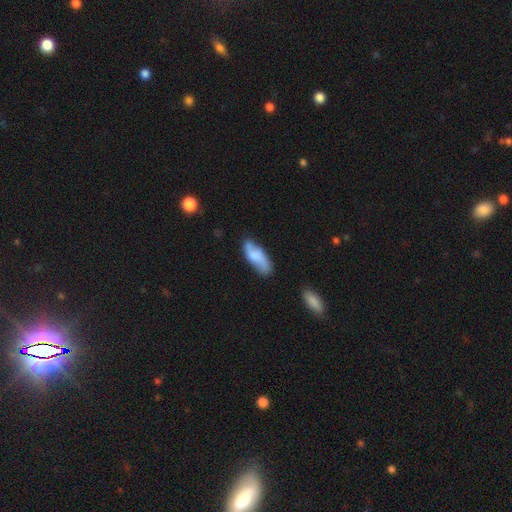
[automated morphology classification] This is likely a smooth galaxy (64%). How rounded: likely in between (71%). Merging: likely none (66%).